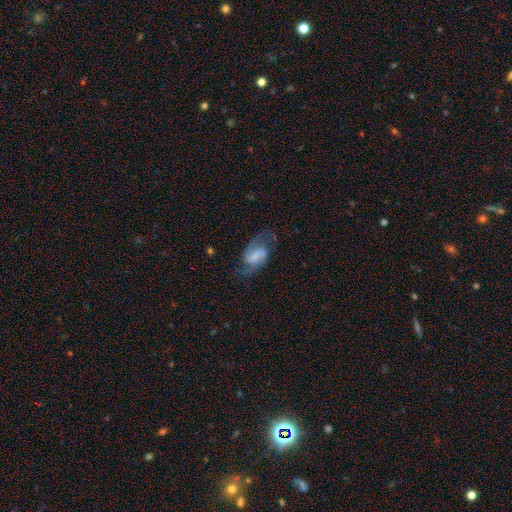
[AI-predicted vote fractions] Overall: featured or disk (79%). Edge-on disk: no (97%). Bar: weak (50%; no 26%). Spiral arms: yes (95%). Spiral arm count: 2 (90%). Spiral winding: medium (50%; loose 35%). Bulge size: small (34%; none 33%). Merging: none (68%).